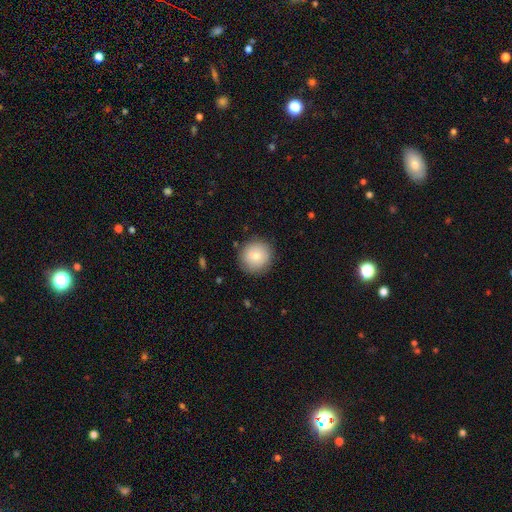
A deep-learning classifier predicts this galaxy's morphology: A smooth galaxy with no disk features (79%) that is round (93%).

Vote fractions:
- Smooth or featured? smooth: 79% / featured or disk: 13% / star or artifact: 8%
- How rounded? round: 93% / in between: 6% / cigar-shaped: 1%
- Merging? none: 87% / minor disturbance: 10% / major disturbance: 3% / merger: 1%